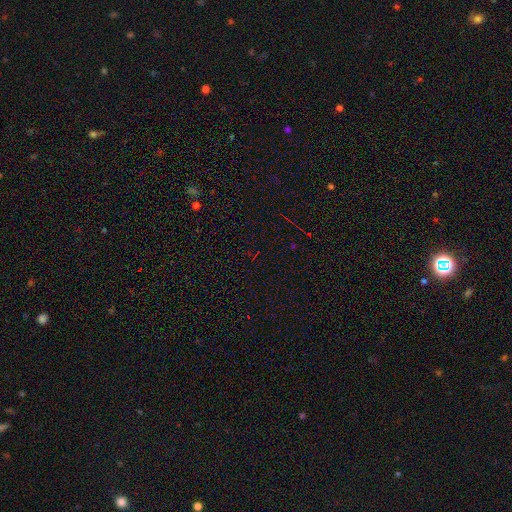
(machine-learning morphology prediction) Smooth or featured? Predicted: star or artifact (p=0.73).